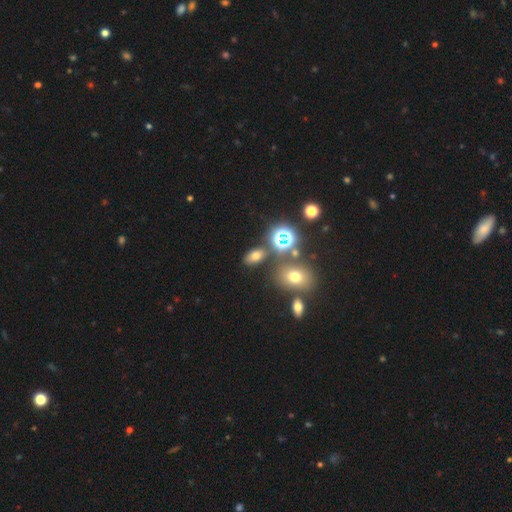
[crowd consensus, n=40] A smooth galaxy with no disk features (75%) that is in between round and cigar-shaped (90%). Merging: none (83%).